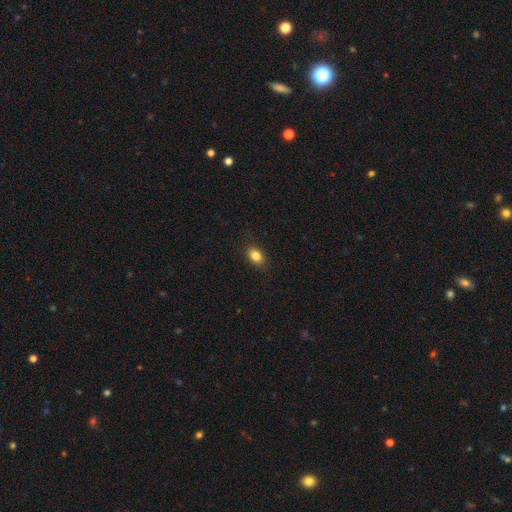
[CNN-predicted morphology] smooth 85%, star or artifact 9%, featured or disk 6%. Down the decision tree: how rounded — in between (78%); merging — none (86%).